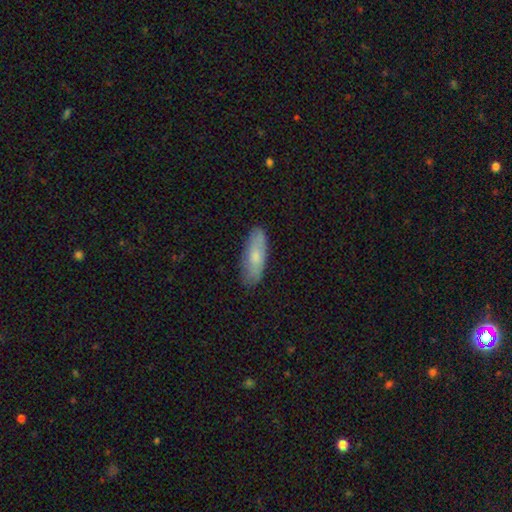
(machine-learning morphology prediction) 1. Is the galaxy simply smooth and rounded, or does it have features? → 73% smooth, 22% featured or disk, 6% star or artifact.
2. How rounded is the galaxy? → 61% in between, 37% cigar-shaped, 2% round.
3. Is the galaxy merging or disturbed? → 82% none, 14% minor disturbance, 3% major disturbance, 1% merger.